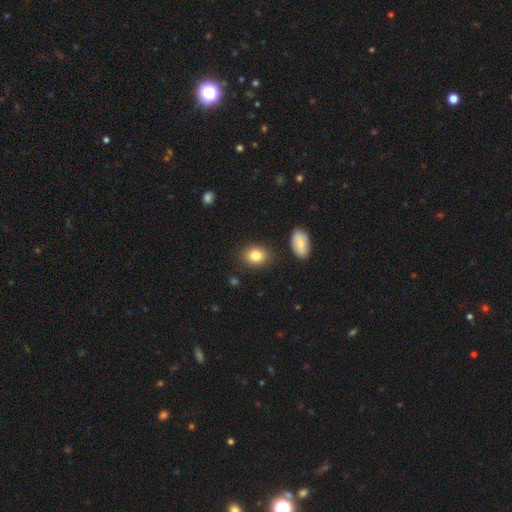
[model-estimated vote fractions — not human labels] smooth_or_featured: smooth (p=0.84) [alt: star or artifact p=0.09]
how_rounded: in between (p=0.61) [alt: round p=0.38]
merging: none (p=0.84) [alt: minor disturbance p=0.10]